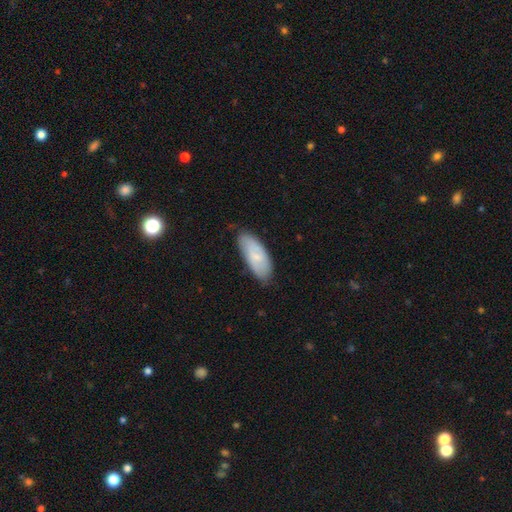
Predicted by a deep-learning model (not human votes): Q: Smooth or featured?
A: smooth (69%); runner-up: featured or disk (25%)
Q: How rounded?
A: in between (81%); runner-up: cigar-shaped (17%)
Q: Merging?
A: none (76%); runner-up: minor disturbance (20%)